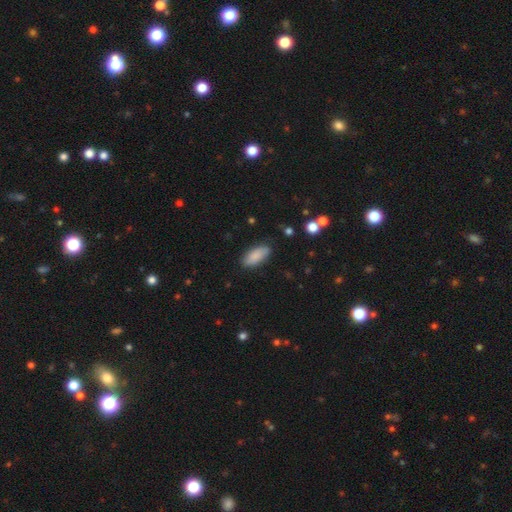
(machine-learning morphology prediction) Q: Smooth or featured?
A: smooth (86%); runner-up: featured or disk (8%)
Q: How rounded?
A: in between (85%); runner-up: cigar-shaped (13%)
Q: Merging?
A: none (81%); runner-up: minor disturbance (14%)